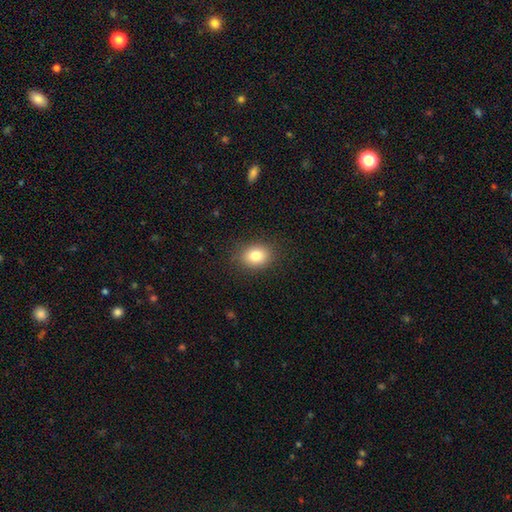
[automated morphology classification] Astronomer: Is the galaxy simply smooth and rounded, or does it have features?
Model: smooth — 82%.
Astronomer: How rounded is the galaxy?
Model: in between — 55% (runner-up: round, 45%).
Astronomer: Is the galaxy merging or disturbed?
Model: none — 87%.